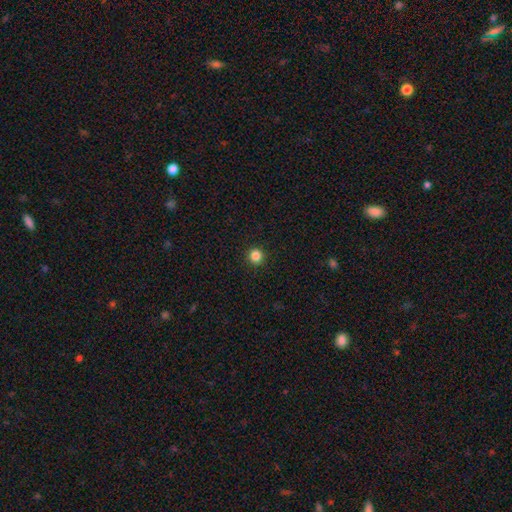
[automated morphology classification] This appears to be a smooth galaxy with no disk features (85%) that is round (95%). Merging: none (93%).